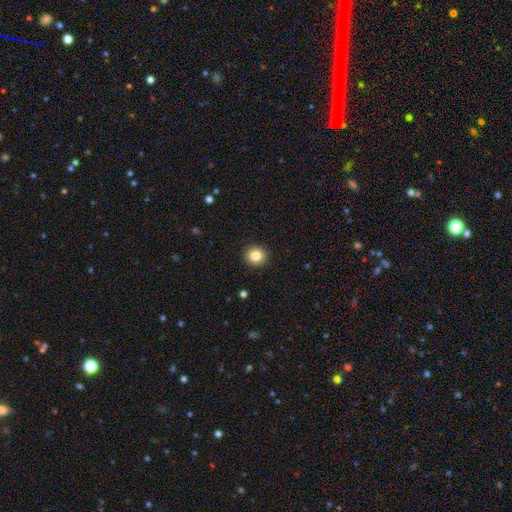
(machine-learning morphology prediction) Smooth or featured?
  - smooth: 84% *
  - star or artifact: 10%
  - featured or disk: 5%
How rounded?
  - round: 90% *
  - in between: 9%
  - cigar-shaped: 1%
Merging?
  - none: 93% *
  - minor disturbance: 5%
  - major disturbance: 2%
  - merger: 1%